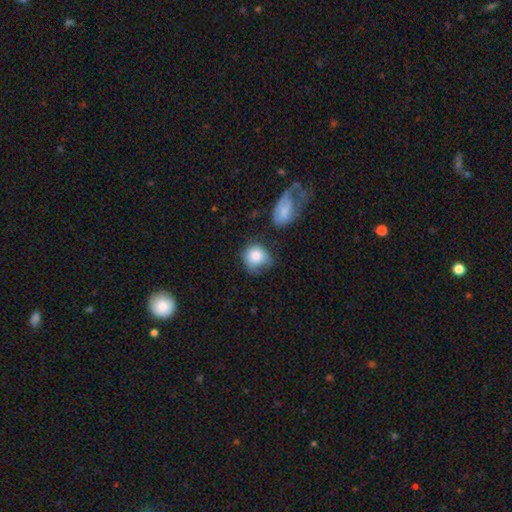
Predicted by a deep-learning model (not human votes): Smooth or featured: smooth — 81% (featured or disk — 11%)
How rounded: round — 75% (in between — 24%)
Merging: none — 42% (minor disturbance — 34%)